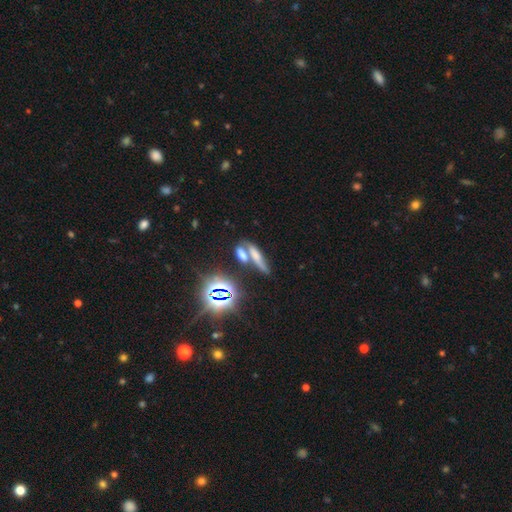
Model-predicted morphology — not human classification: smooth 52%, star or artifact 26%, featured or disk 22%. Down the decision tree: how rounded — cigar-shaped (56%); merging — merger (47%).